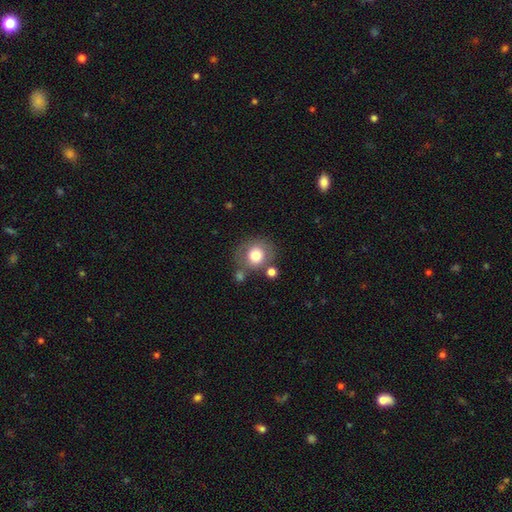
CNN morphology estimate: Smooth or featured?
  - smooth: 75% *
  - featured or disk: 16%
  - star or artifact: 9%
How rounded?
  - round: 83% *
  - in between: 16%
  - cigar-shaped: 1%
Merging?
  - none: 66% *
  - minor disturbance: 16%
  - merger: 11%
  - major disturbance: 7%